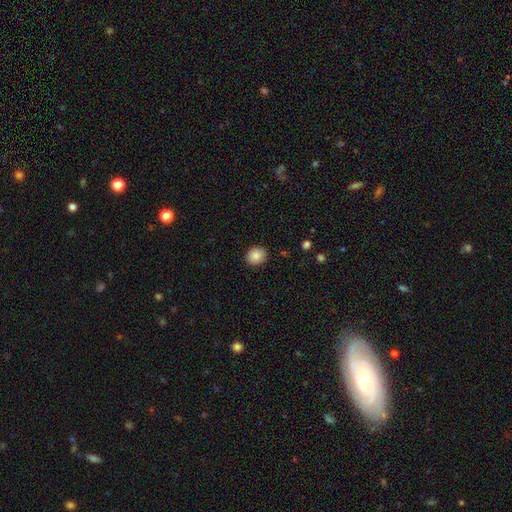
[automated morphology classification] smooth-or-featured: smooth: 86% | star or artifact: 9% | featured or disk: 5%
  how-rounded: round: 73% | in between: 26% | cigar-shaped: 1%
  merging: none: 90% | minor disturbance: 7% | major disturbance: 2% | merger: 1%